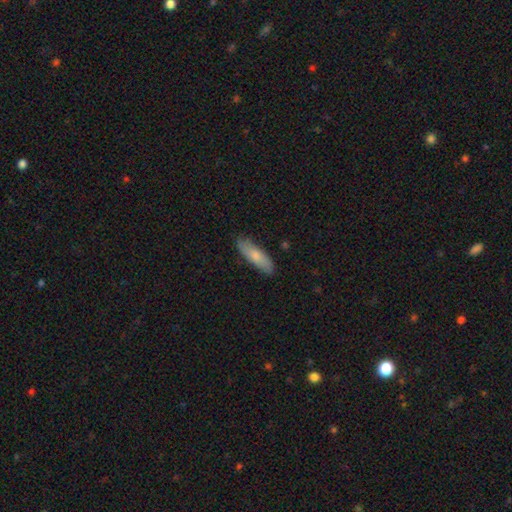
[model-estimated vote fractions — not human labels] Smooth or featured: smooth — 76% (featured or disk — 19%)
How rounded: cigar-shaped — 55% (in between — 43%)
Merging: none — 85% (minor disturbance — 12%)